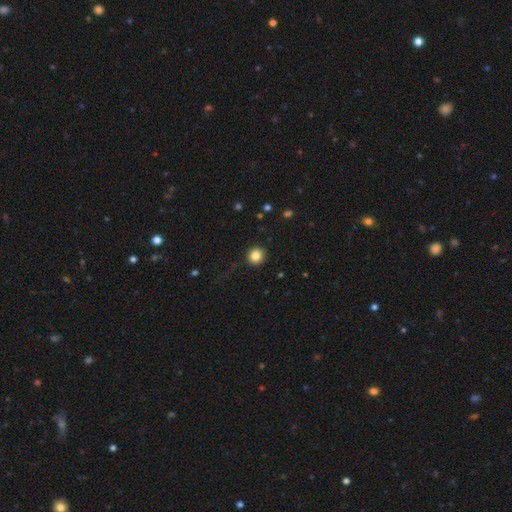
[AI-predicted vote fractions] Smooth or featured?
  - smooth: 84% *
  - star or artifact: 11%
  - featured or disk: 6%
How rounded?
  - round: 94% *
  - in between: 5%
  - cigar-shaped: 1%
Merging?
  - none: 92% *
  - minor disturbance: 5%
  - major disturbance: 2%
  - merger: 1%